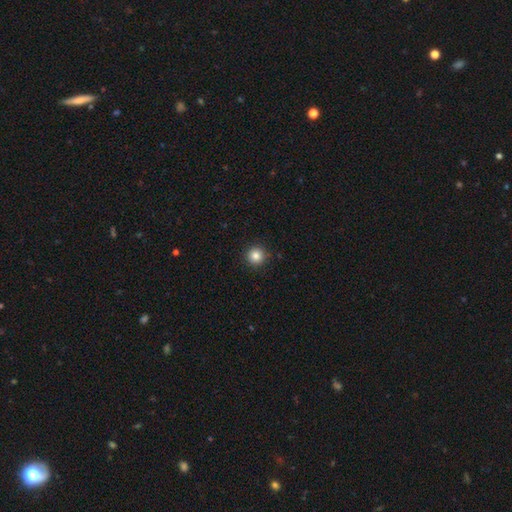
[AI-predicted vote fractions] smooth 84%, star or artifact 11%, featured or disk 5%. Down the decision tree: how rounded — round (96%); merging — none (92%).